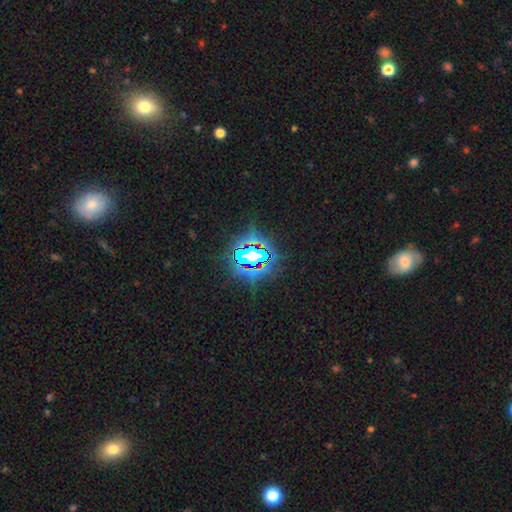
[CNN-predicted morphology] Smooth or featured? star or artifact (81%)